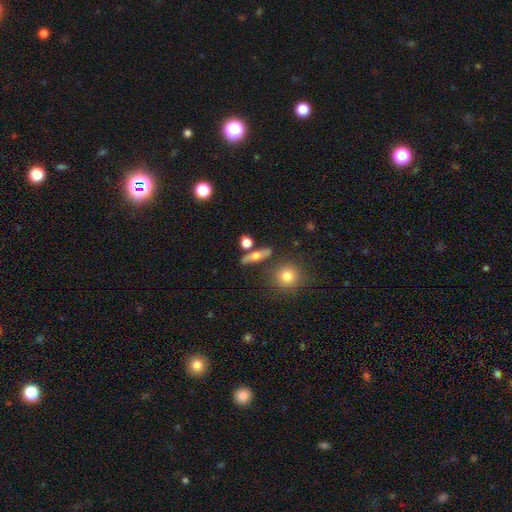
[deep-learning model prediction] Smooth or featured: featured or disk — 47% (smooth — 44%)
Merging: none — 77% (minor disturbance — 10%)